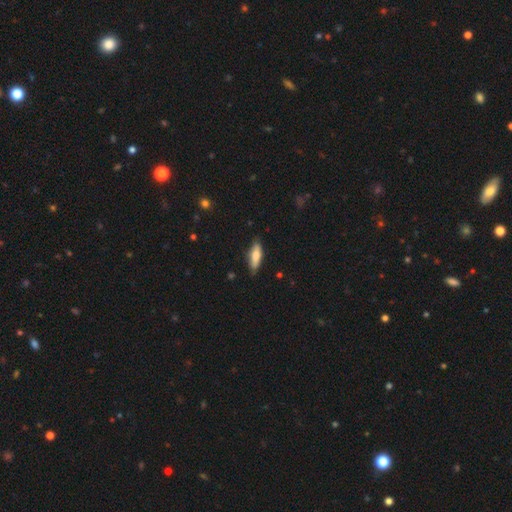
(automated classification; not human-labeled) A smooth galaxy with no disk features (72%) that is cigar-shaped (49%, tied with in between). Merging: none (81%).